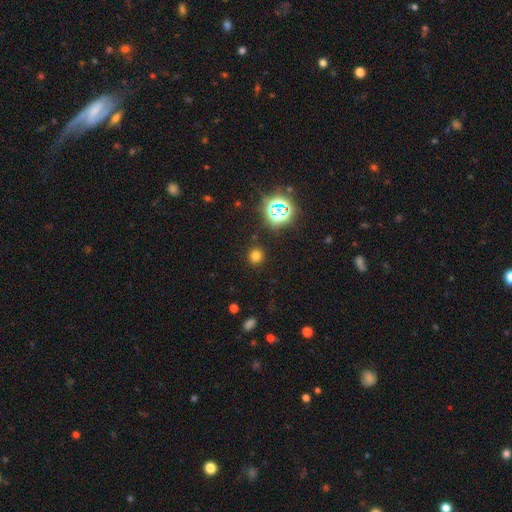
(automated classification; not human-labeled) smooth_or_featured: smooth (p=0.71) [alt: star or artifact p=0.23]
how_rounded: round (p=0.91) [alt: in between p=0.08]
merging: none (p=0.89) [alt: minor disturbance p=0.06]